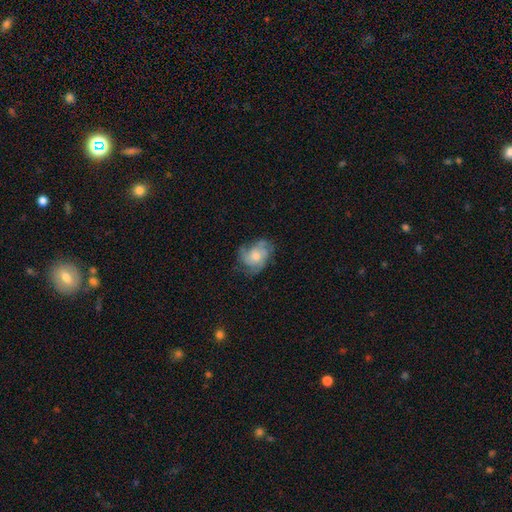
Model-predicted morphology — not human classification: This is likely a featured or disk galaxy (71%). It is clearly not viewed edge-on (98%). Bar: likely no (78%). Spiral arm pattern: clearly yes (91%). Spiral arm count: marginally 3 (34%). Spiral winding: marginally medium (43%). Central bulge: possibly moderate (55%). Merging: likely none (65%).